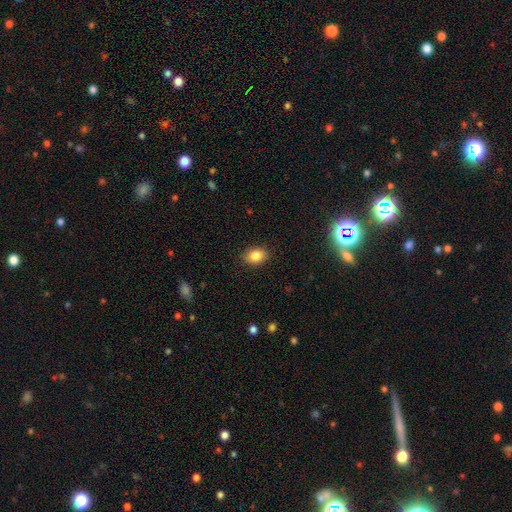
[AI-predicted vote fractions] Smooth or featured? smooth (84%)
How rounded? in between (70%)
Merging? none (87%)